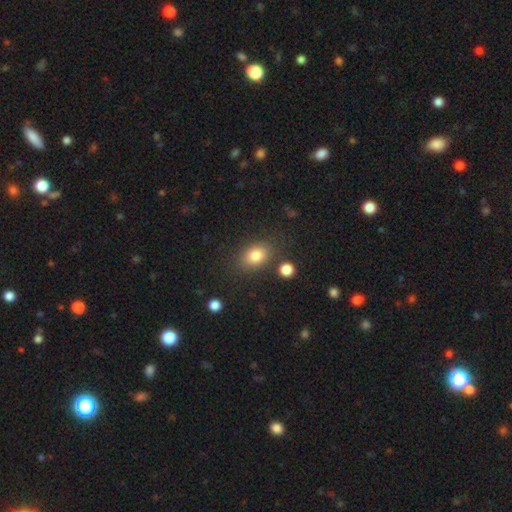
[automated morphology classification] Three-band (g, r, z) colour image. It shows a smooth galaxy with no disk features (81%) that is in between round and cigar-shaped (67%). Merging: none (77%).